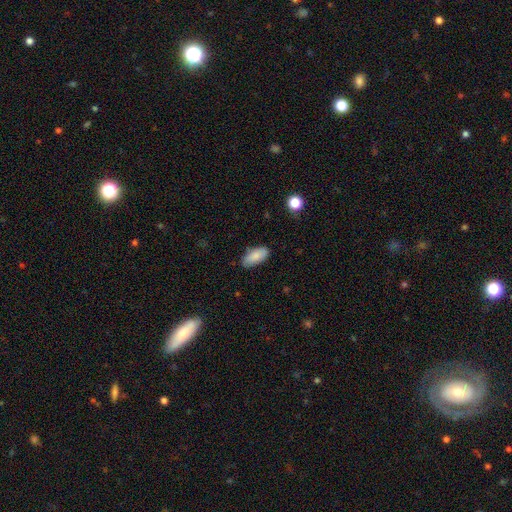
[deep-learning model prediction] Smooth or featured: smooth — 86% (featured or disk — 7%)
How rounded: in between — 89% (cigar-shaped — 8%)
Merging: none — 82% (minor disturbance — 14%)